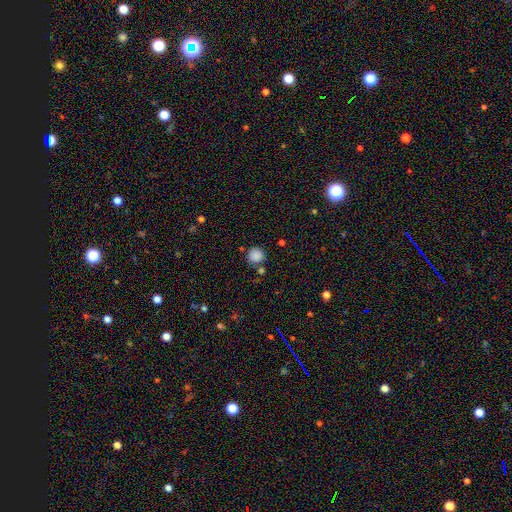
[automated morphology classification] Overall: smooth (86%). How rounded: round (94%). Merging: none (80%).